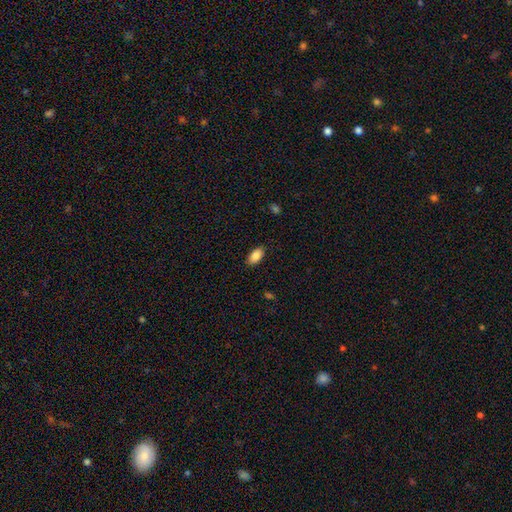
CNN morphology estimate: Overall: smooth (88%). How rounded: in between (93%). Merging: none (87%).